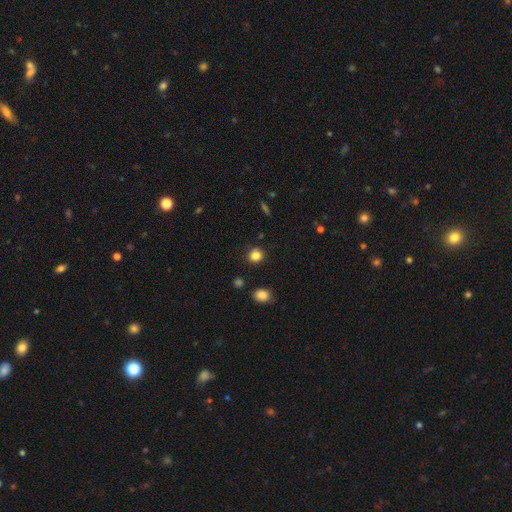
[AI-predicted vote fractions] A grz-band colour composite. It shows a smooth galaxy with no disk features (84%) that is round (81%). Merging: none (86%).